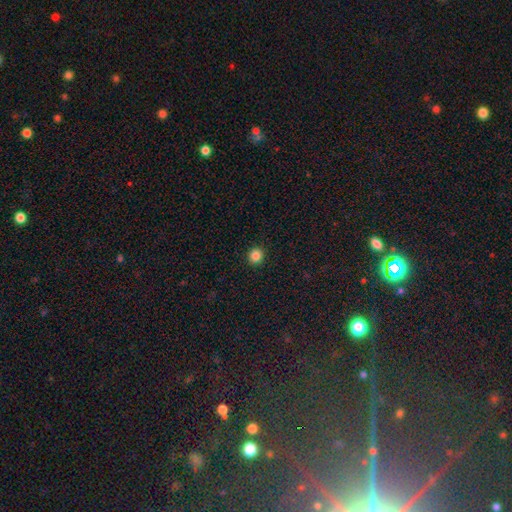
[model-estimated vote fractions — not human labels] smooth-or-featured: smooth: 85% | star or artifact: 11% | featured or disk: 4%
  how-rounded: round: 90% | in between: 9% | cigar-shaped: 1%
  merging: none: 93% | minor disturbance: 5% | major disturbance: 2% | merger: 1%